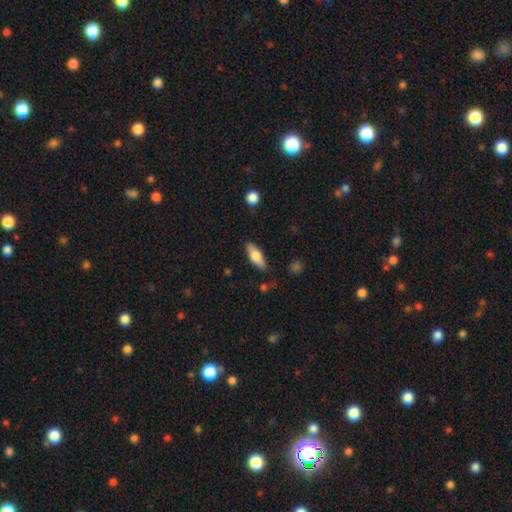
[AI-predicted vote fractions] Q: Smooth or featured?
A: smooth (72%); runner-up: featured or disk (22%)
Q: How rounded?
A: in between (67%); runner-up: cigar-shaped (31%)
Q: Merging?
A: none (83%); runner-up: minor disturbance (12%)